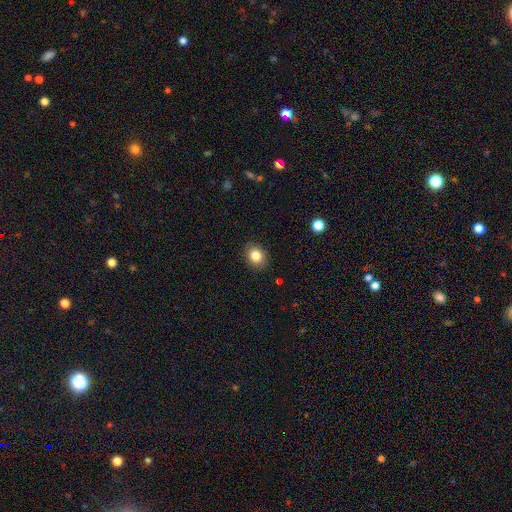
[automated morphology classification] Smooth or featured? Predicted: smooth (p=0.84). How rounded? Predicted: round (p=0.53). Merging? Predicted: none (p=0.87).